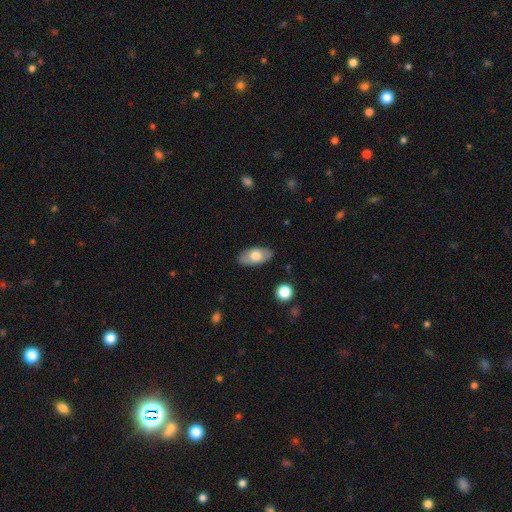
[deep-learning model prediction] The model was most divided on "smooth or featured": smooth: 64%, featured or disk: 30%, star or artifact: 6%. More confident: how rounded — in between (92%); merging — none (84%).